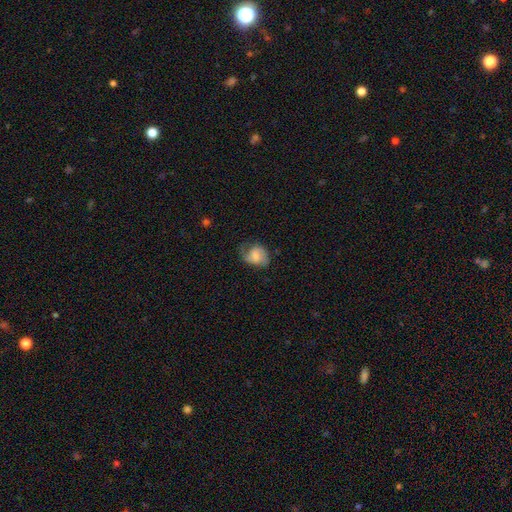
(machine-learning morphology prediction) A featured or disk galaxy (47%). Merging: none (51%).